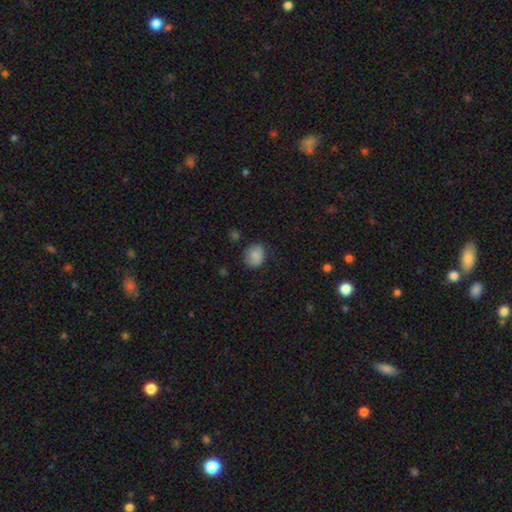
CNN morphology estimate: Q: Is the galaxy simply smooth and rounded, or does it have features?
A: smooth — 85%.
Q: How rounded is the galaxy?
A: round — 56%.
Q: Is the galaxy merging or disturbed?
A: none — 74%.